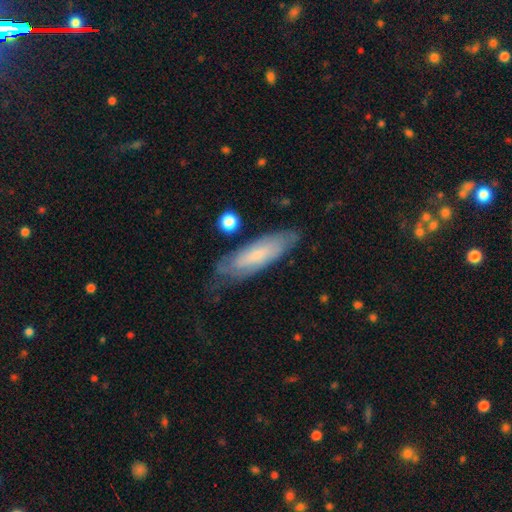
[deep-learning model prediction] Overall: smooth (52%; featured or disk 42%). How rounded: cigar-shaped (50%; in between 49%). Merging: none (66%).